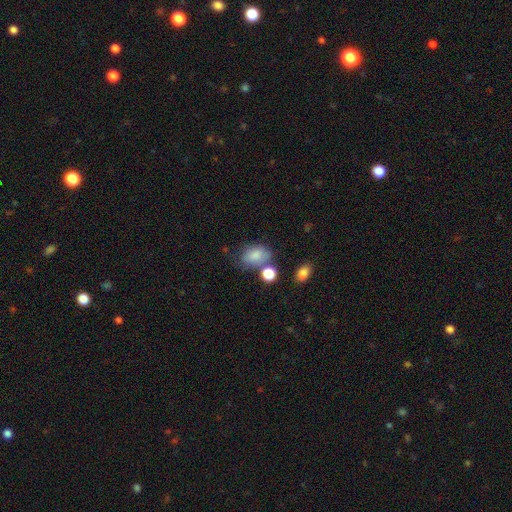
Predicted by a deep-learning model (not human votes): This is clearly a smooth galaxy (80%). How rounded: likely in between (80%). Merging: possibly none (52%).